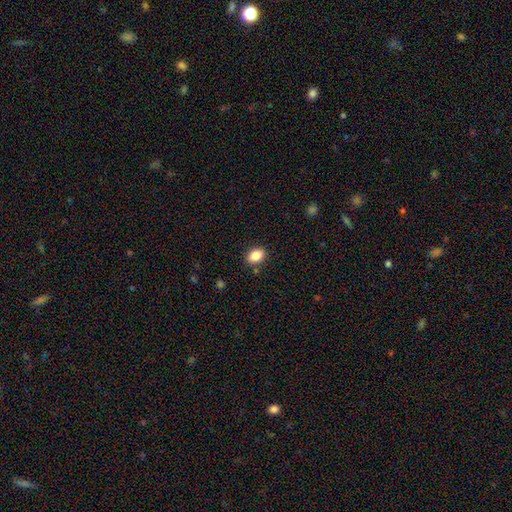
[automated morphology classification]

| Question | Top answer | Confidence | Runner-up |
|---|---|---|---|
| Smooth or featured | smooth | 87% | star or artifact (8%) |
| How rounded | in between | 79% | round (20%) |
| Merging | none | 87% | minor disturbance (9%) |